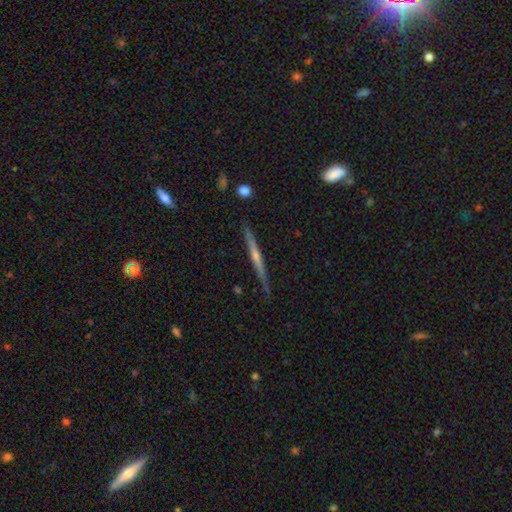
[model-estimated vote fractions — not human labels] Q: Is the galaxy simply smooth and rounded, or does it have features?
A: featured or disk — 69%.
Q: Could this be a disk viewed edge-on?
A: yes — 98%.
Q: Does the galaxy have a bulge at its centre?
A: rounded — 61%.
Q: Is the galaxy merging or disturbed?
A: none — 86%.